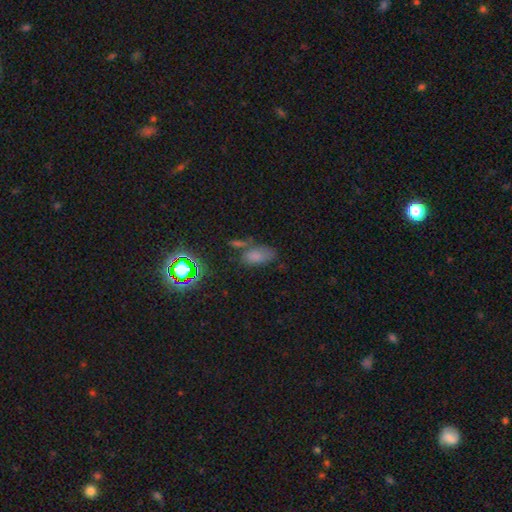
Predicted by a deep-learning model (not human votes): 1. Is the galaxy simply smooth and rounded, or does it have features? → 67% smooth, 23% star or artifact, 10% featured or disk.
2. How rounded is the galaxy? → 89% in between, 5% cigar-shaped, 5% round.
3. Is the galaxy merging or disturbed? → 51% none, 21% minor disturbance, 19% merger, 10% major disturbance.